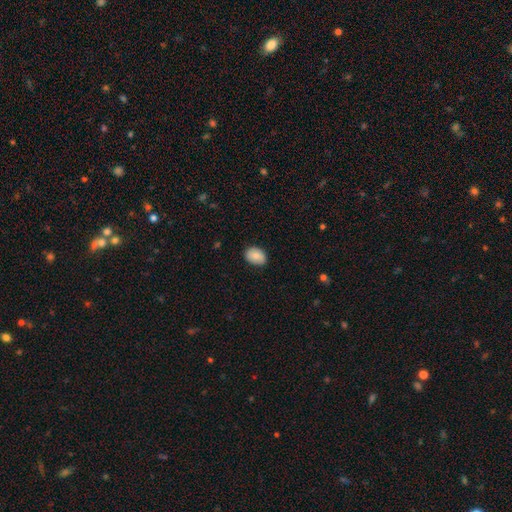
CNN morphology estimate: Smooth or featured: smooth — 81% (featured or disk — 12%)
How rounded: in between — 75% (round — 24%)
Merging: none — 84% (minor disturbance — 13%)